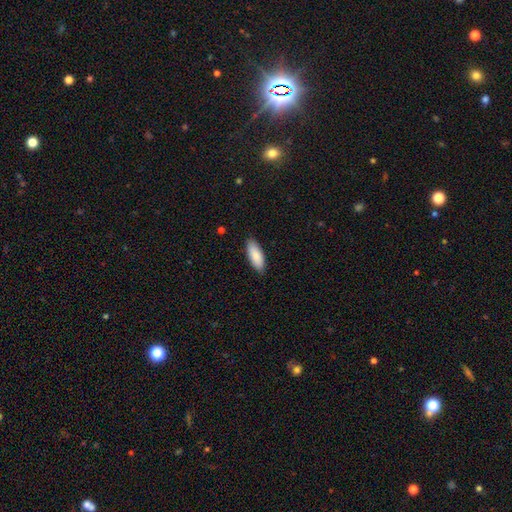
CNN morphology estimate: This appears to be a smooth galaxy with no disk features (88%) that is in between round and cigar-shaped (73%). Merging: none (87%).